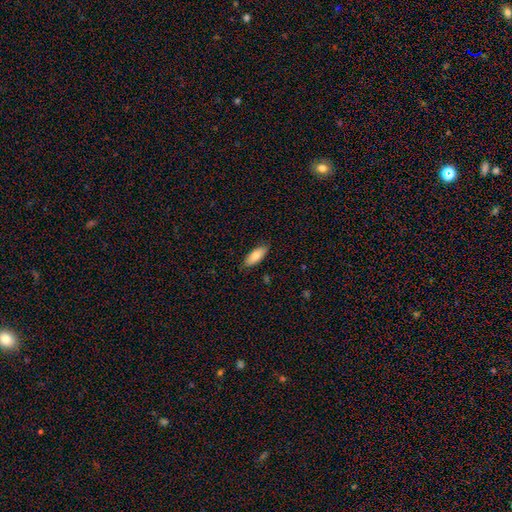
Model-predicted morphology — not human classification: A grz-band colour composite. It shows a smooth galaxy with no disk features (82%) that is in between round and cigar-shaped (77%). Merging: none (85%).